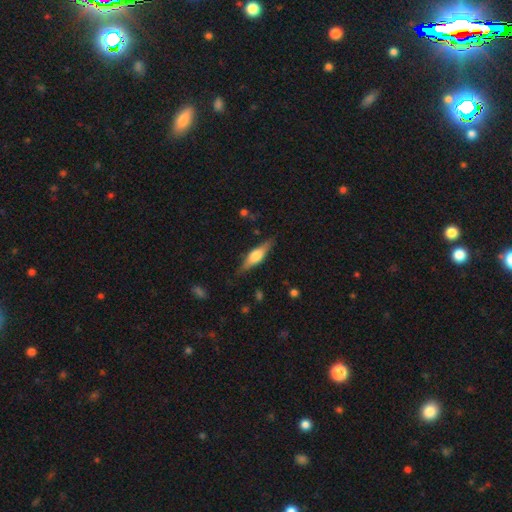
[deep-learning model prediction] This appears to be a featured or disk galaxy (56%) viewed edge-on (94%) with a rounded central bulge (84%). Merging: none (83%).